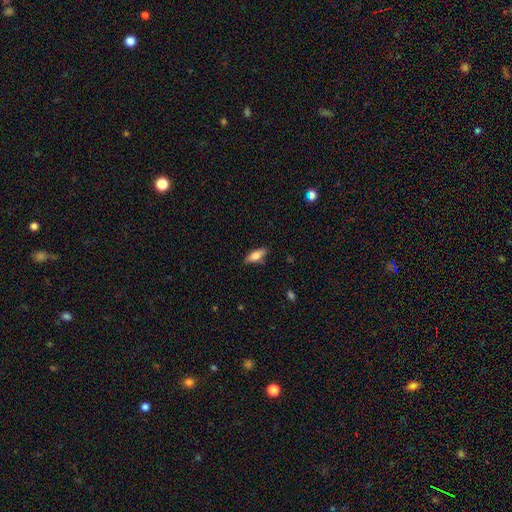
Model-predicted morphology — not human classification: type=smooth (75%); roundness=in between (71%); merging=none (81%).